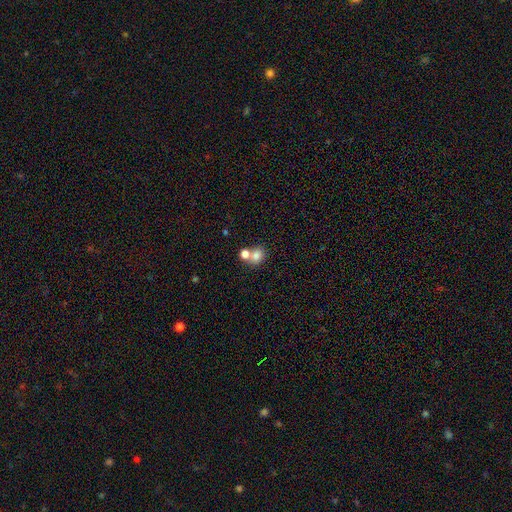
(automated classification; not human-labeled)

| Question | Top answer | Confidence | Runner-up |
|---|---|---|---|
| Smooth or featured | smooth | 79% | star or artifact (11%) |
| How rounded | round | 61% | in between (38%) |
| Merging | merger | 47% | none (42%) |